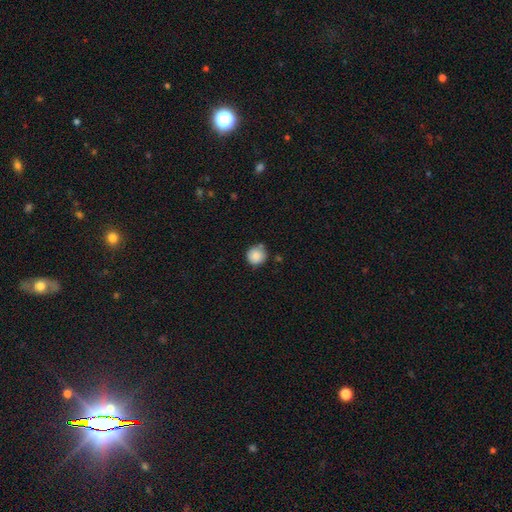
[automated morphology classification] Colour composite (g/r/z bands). It shows a smooth galaxy with no disk features (87%) that is round (93%). Merging: none (74%).